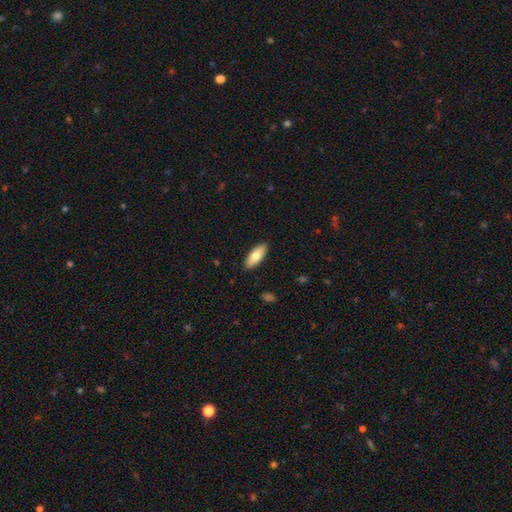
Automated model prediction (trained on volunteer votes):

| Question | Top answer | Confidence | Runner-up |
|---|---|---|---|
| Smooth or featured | smooth | 74% | featured or disk (20%) |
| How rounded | in between | 76% | cigar-shaped (22%) |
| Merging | none | 89% | minor disturbance (8%) |